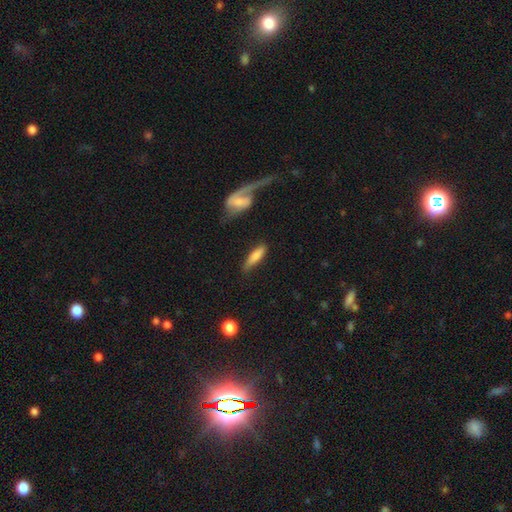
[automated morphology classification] The model was most divided on "how rounded": cigar-shaped: 63%, in between: 35%, round: 2%. More confident: smooth or featured — smooth (74%); merging — none (60%).